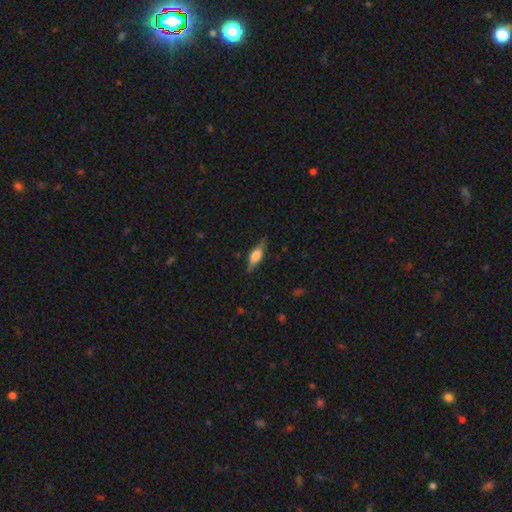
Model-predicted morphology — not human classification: This appears to be a featured or disk galaxy (52%) viewed edge-on (94%). Merging: none (82%).